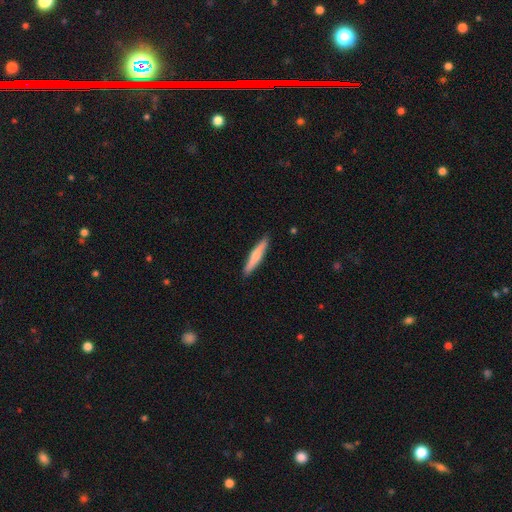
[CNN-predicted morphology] A smooth galaxy with no disk features (65%) that is cigar-shaped (91%).

Vote fractions:
- Smooth or featured? smooth: 65% / featured or disk: 30% / star or artifact: 5%
- How rounded? cigar-shaped: 91% / in between: 7% / round: 1%
- Merging? none: 90% / minor disturbance: 8% / major disturbance: 1% / merger: 1%